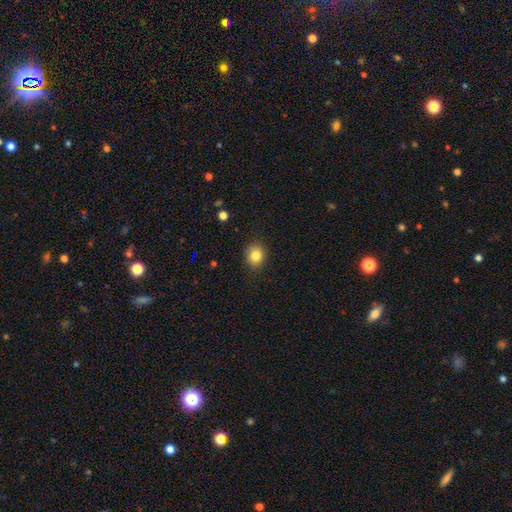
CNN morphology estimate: Smooth or featured? smooth (83%)
How rounded? round (72%)
Merging? none (83%)